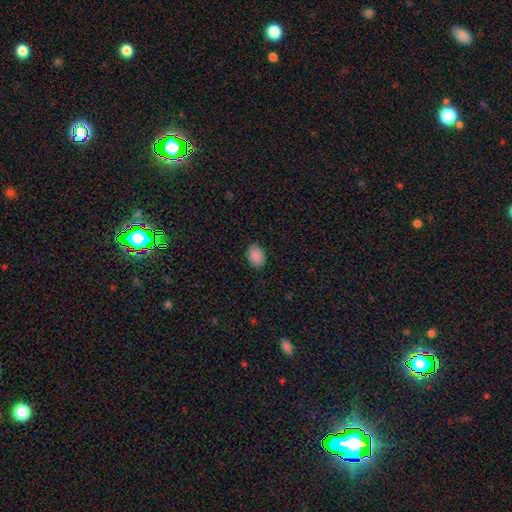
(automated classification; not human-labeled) The model was most divided on "how rounded": in between: 78%, round: 21%, cigar-shaped: 1%. More confident: smooth or featured — smooth (89%); merging — none (86%).